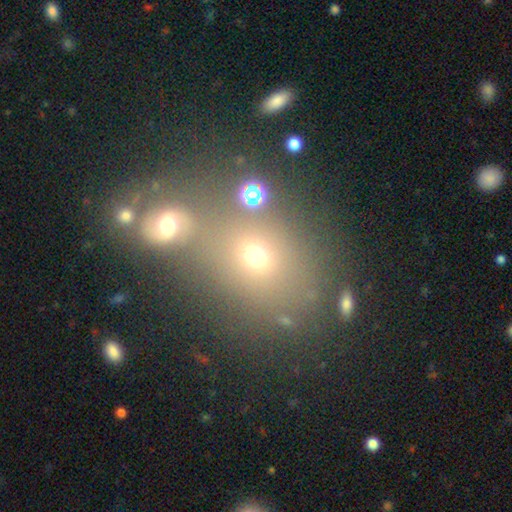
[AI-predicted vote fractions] Smooth or featured?
  - smooth: 59% *
  - star or artifact: 24%
  - featured or disk: 17%
How rounded?
  - round: 62% *
  - in between: 37%
  - cigar-shaped: 1%
Merging?
  - none: 48% *
  - merger: 36%
  - minor disturbance: 10%
  - major disturbance: 6%